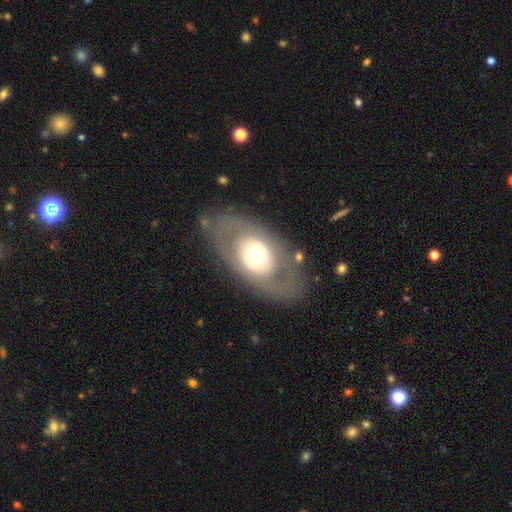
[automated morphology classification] A featured or disk galaxy (55%). Merging: none (77%).